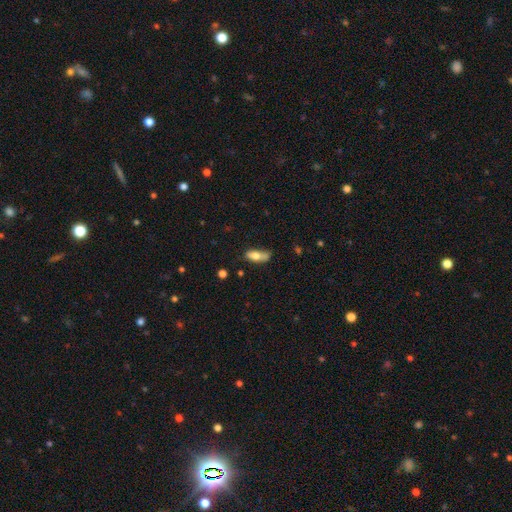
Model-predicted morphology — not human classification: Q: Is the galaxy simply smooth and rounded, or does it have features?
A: smooth — 72%.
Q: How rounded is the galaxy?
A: in between — 74%.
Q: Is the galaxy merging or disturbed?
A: none — 43%.